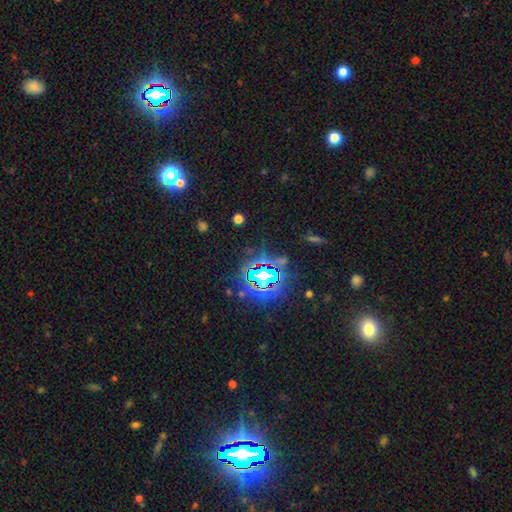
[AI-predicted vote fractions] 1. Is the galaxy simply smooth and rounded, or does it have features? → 79% star or artifact, 12% smooth, 9% featured or disk.